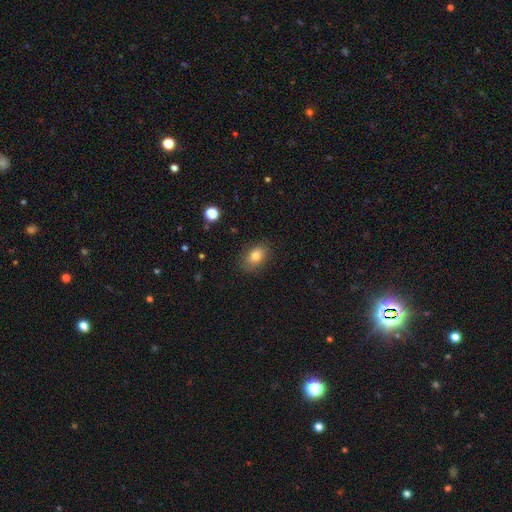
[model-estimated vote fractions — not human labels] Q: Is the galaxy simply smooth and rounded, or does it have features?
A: smooth — 82%.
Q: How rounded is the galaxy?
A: in between — 81%.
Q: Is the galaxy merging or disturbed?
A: none — 83%.